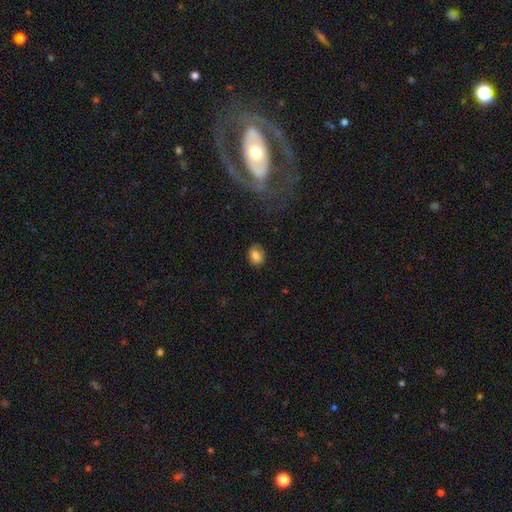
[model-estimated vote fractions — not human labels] This appears to be a smooth galaxy with no disk features (79%) that is in between round and cigar-shaped (70%). Merging: none (76%).